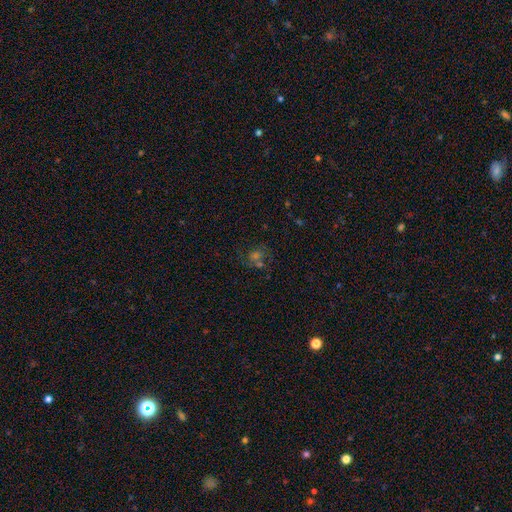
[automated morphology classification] The model was most divided on "smooth or featured": star or artifact: 39%, smooth: 32%, featured or disk: 29%.